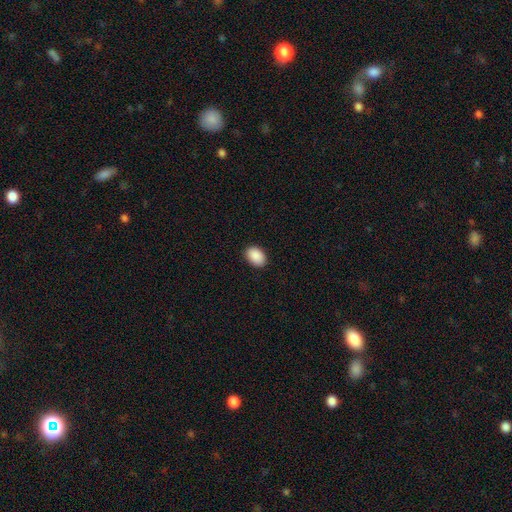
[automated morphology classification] Smooth or featured: smooth — 91% (star or artifact — 7%)
How rounded: in between — 83% (round — 16%)
Merging: none — 89% (minor disturbance — 8%)